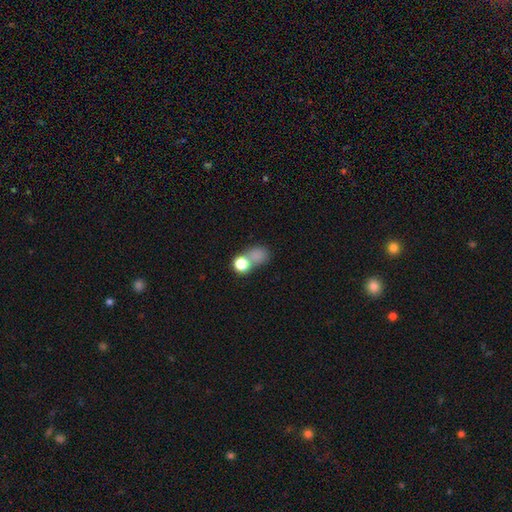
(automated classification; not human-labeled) Morphology: type=smooth (73%); roundness=round (60%); merging=none (37%).